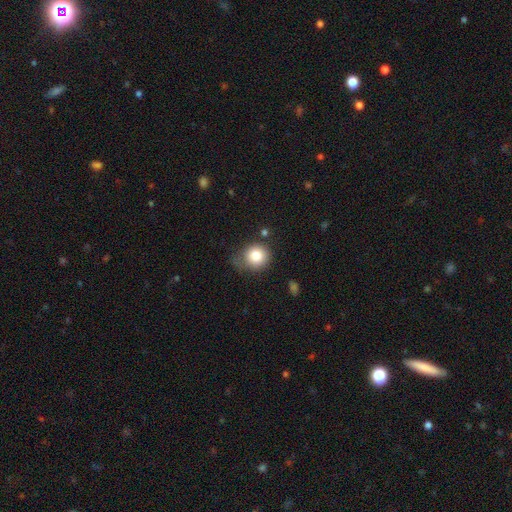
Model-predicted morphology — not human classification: This is clearly a smooth galaxy (81%). How rounded: clearly round (85%). Merging: possibly none (56%).